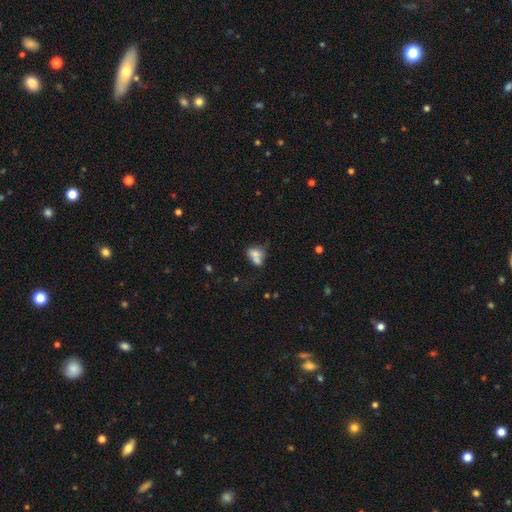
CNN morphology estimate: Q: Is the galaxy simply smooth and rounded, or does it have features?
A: smooth — 69%.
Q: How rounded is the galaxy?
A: in between — 66%.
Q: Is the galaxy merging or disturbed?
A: merger — 52%.